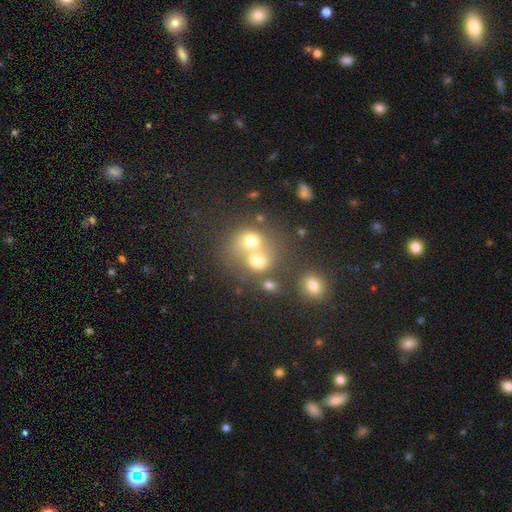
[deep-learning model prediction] Overall: smooth (62%). How rounded: round (74%). Merging: merger (58%; none 31%).